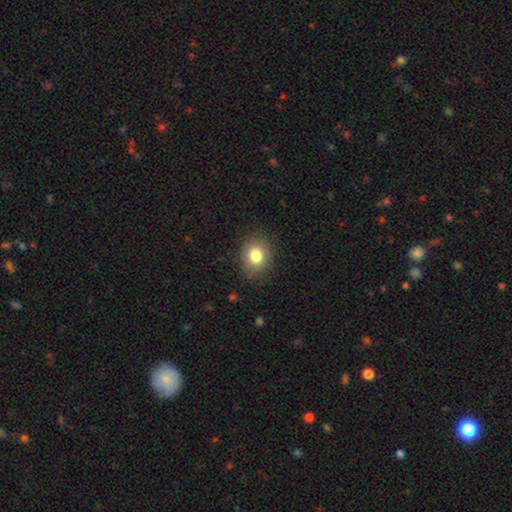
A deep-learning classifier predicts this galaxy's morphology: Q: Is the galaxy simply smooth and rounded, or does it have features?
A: smooth — 82%.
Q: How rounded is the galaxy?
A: round — 50%.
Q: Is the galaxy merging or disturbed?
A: none — 84%.